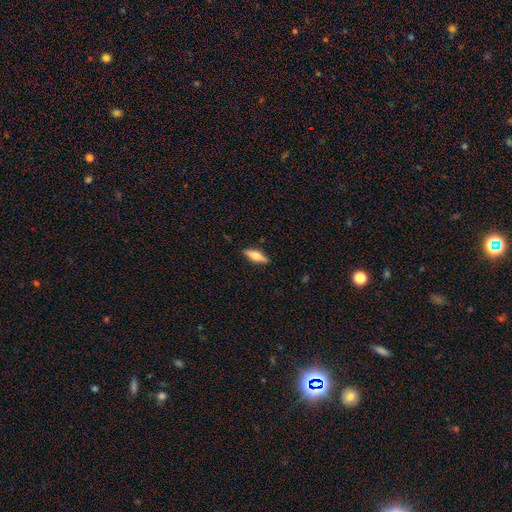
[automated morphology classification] Smooth or featured? smooth (47%, tied with featured or disk)
Merging? none (89%)